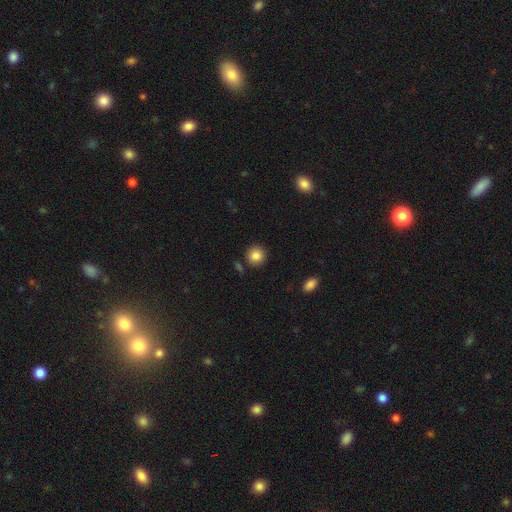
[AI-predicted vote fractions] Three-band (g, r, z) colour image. It shows a smooth galaxy with no disk features (86%) that is round (92%). Merging: none (87%).